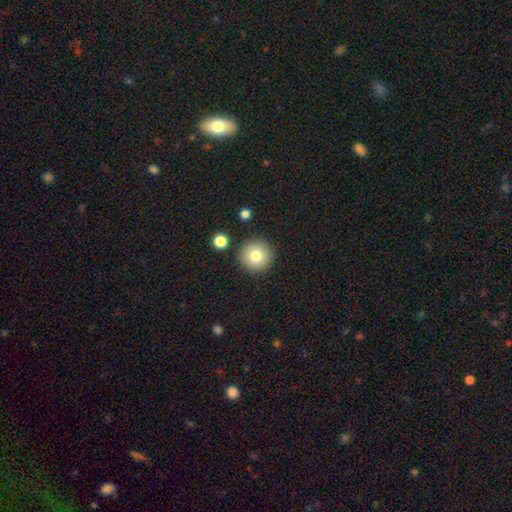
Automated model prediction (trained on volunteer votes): smooth-or-featured: smooth: 79% | featured or disk: 10% | star or artifact: 10%
  how-rounded: round: 96% | in between: 3% | cigar-shaped: 1%
  merging: none: 89% | minor disturbance: 6% | merger: 3% | major disturbance: 2%